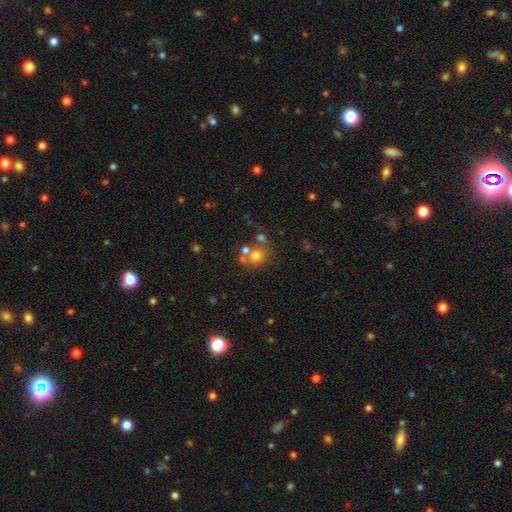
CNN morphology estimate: type=smooth (64%); roundness=round (81%); merging=none (47%).